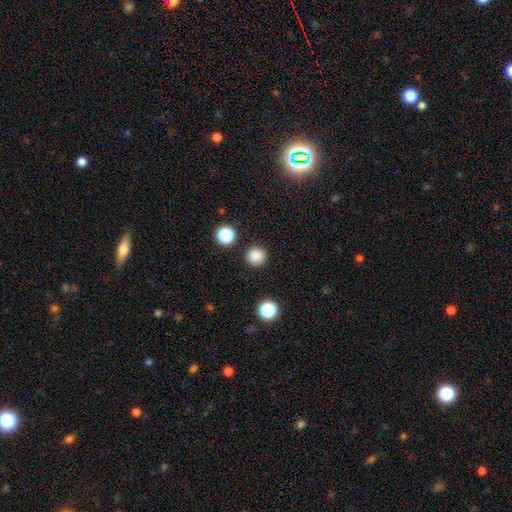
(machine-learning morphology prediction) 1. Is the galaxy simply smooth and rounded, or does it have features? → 84% smooth, 12% star or artifact, 4% featured or disk.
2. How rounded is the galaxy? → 95% round, 4% in between, 1% cigar-shaped.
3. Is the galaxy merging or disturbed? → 90% none, 6% minor disturbance, 2% major disturbance, 2% merger.